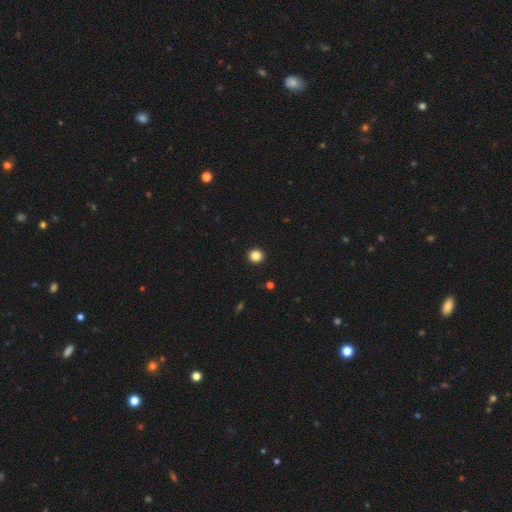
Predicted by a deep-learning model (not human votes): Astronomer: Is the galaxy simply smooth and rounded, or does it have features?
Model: smooth — 85%.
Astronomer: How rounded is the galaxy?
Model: round — 92%.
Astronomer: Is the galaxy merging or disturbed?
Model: none — 94%.